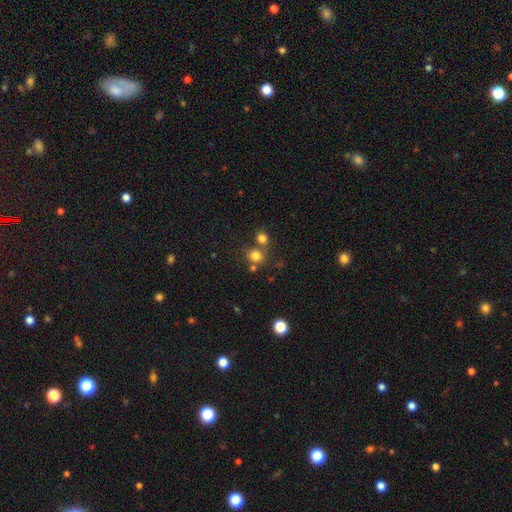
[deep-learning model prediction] Smooth or featured? smooth (78%)
How rounded? round (77%)
Merging? none (57%)